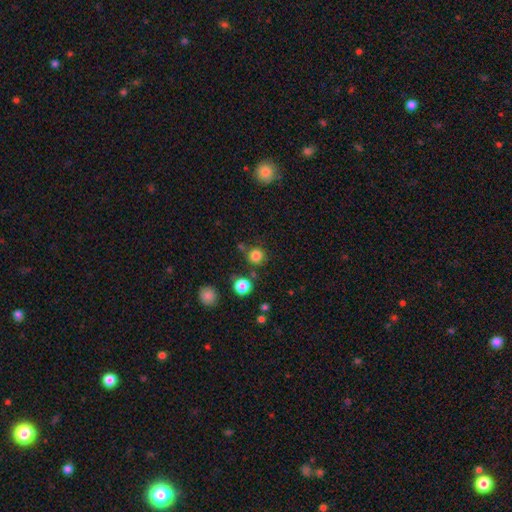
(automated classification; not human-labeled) A smooth galaxy with no disk features (82%) that is round (92%).

Vote fractions:
- Smooth or featured? smooth: 82% / star or artifact: 14% / featured or disk: 4%
- How rounded? round: 92% / in between: 7% / cigar-shaped: 1%
- Merging? none: 79% / minor disturbance: 10% / merger: 8% / major disturbance: 4%